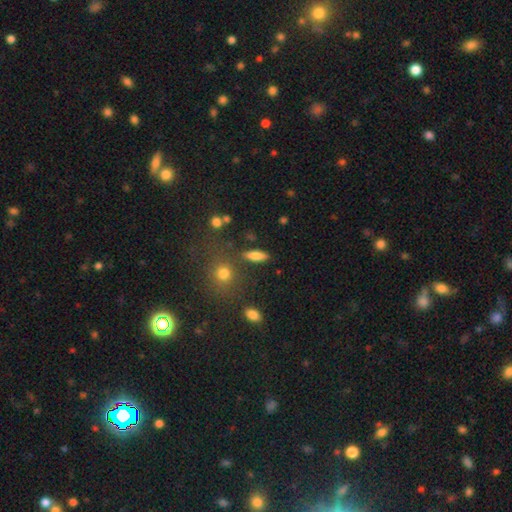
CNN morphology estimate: This appears to be a smooth galaxy with no disk features (78%) that is in between round and cigar-shaped (51%). Merging: none (80%).